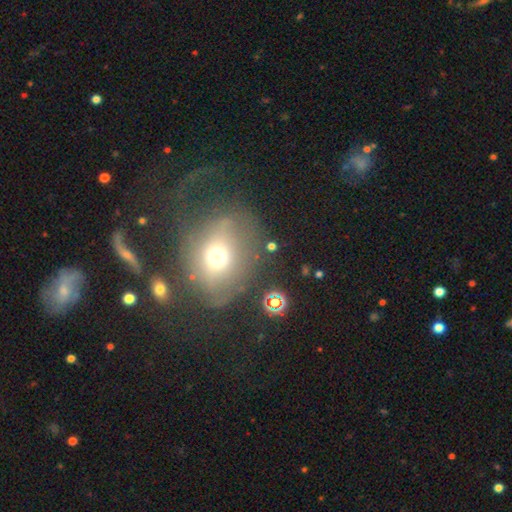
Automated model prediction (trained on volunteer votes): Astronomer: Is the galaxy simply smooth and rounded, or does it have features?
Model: smooth — 45% (runner-up: featured or disk, 39%).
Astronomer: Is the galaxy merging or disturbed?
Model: none — 40% (runner-up: major disturbance, 36%).